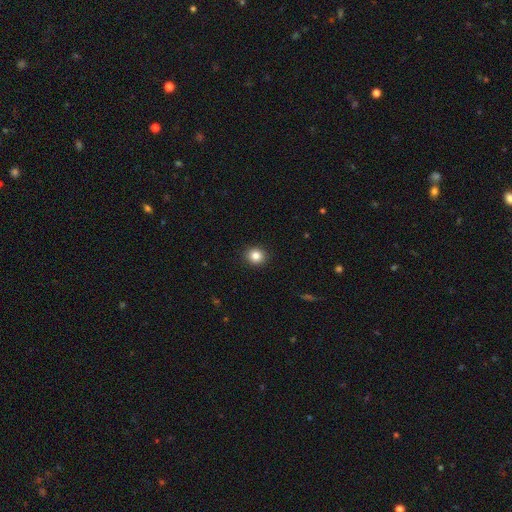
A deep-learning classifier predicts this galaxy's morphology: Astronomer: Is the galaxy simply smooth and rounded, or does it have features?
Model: smooth — 84%.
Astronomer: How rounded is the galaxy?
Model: round — 86%.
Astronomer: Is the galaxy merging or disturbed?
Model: none — 92%.